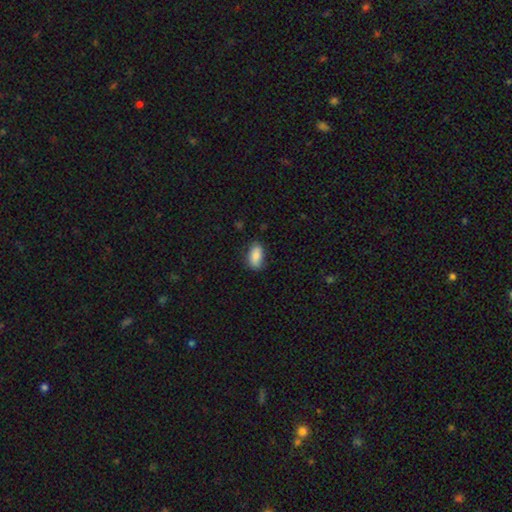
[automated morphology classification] A smooth galaxy with no disk features (81%) that is in between round and cigar-shaped (92%).

Vote fractions:
- Smooth or featured? smooth: 81% / featured or disk: 12% / star or artifact: 7%
- How rounded? in between: 92% / round: 5% / cigar-shaped: 4%
- Merging? none: 76% / minor disturbance: 19% / major disturbance: 3% / merger: 1%